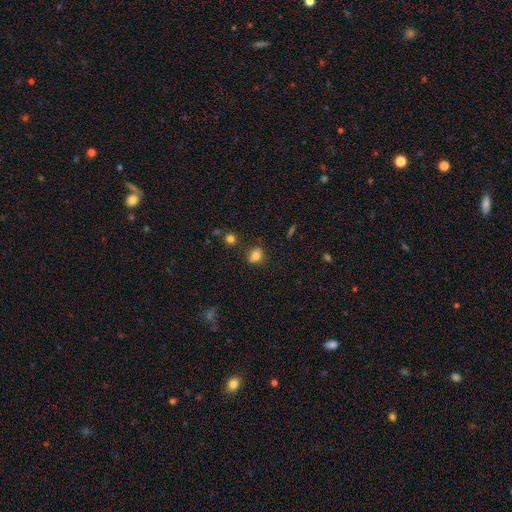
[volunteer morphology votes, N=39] Smooth or featured? 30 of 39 (77%) said smooth. How rounded? 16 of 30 (53%) said round. Merging? 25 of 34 (74%) said none.